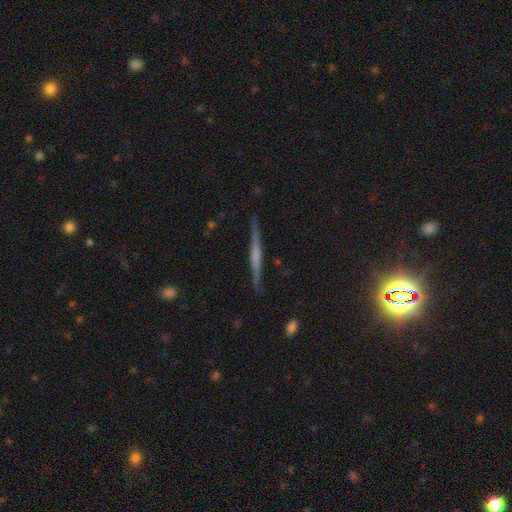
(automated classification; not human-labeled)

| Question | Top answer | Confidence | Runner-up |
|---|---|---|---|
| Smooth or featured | featured or disk | 66% | smooth (27%) |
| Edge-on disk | yes | 97% | no (3%) |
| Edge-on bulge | none | 50% | rounded (30%) |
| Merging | none | 89% | minor disturbance (8%) |